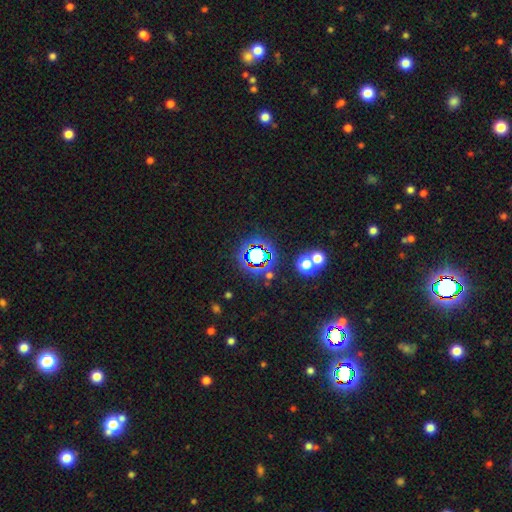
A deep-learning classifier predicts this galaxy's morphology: Q: Smooth or featured?
A: star or artifact (62%); runner-up: smooth (26%)